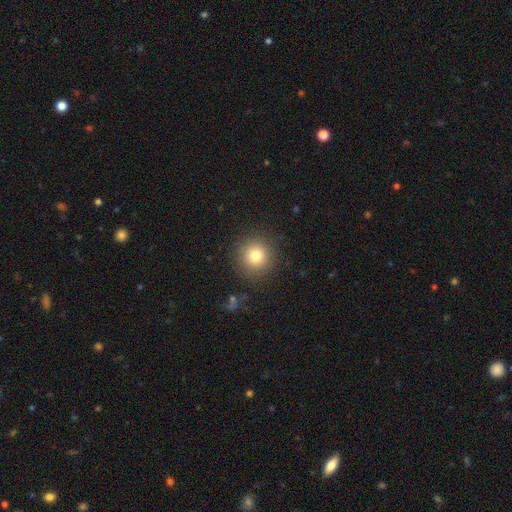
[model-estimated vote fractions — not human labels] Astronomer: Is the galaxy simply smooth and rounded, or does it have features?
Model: smooth — 80%.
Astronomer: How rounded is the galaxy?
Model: round — 94%.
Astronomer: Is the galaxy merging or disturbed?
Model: none — 89%.